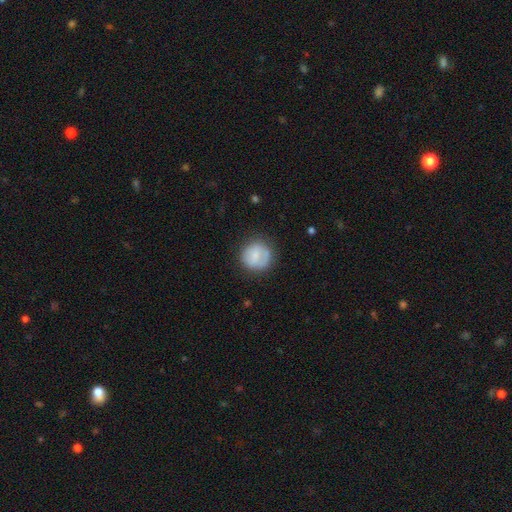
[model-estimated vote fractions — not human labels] smooth 69%, featured or disk 24%, star or artifact 7%. Down the decision tree: how rounded — round (90%); merging — none (72%).